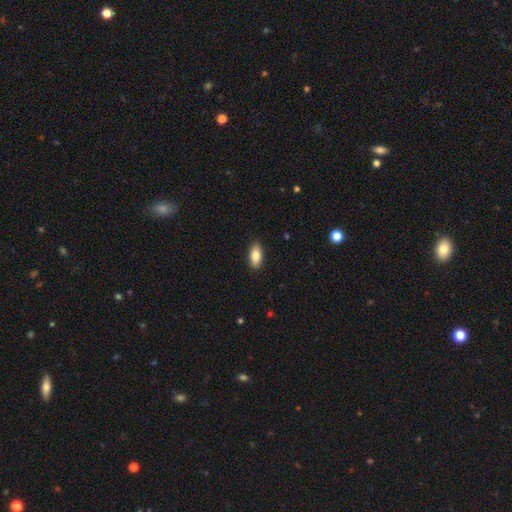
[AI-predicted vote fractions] Q: Smooth or featured?
A: smooth (84%); runner-up: featured or disk (9%)
Q: How rounded?
A: in between (90%); runner-up: cigar-shaped (6%)
Q: Merging?
A: none (89%); runner-up: minor disturbance (8%)